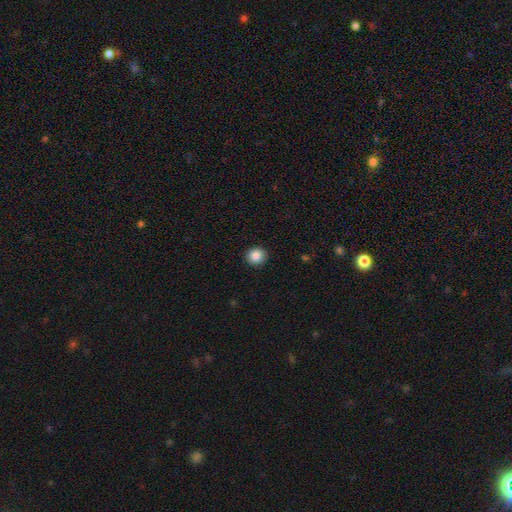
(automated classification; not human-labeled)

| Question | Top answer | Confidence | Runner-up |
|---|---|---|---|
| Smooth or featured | smooth | 87% | star or artifact (9%) |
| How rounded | round | 86% | in between (13%) |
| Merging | none | 92% | minor disturbance (5%) |